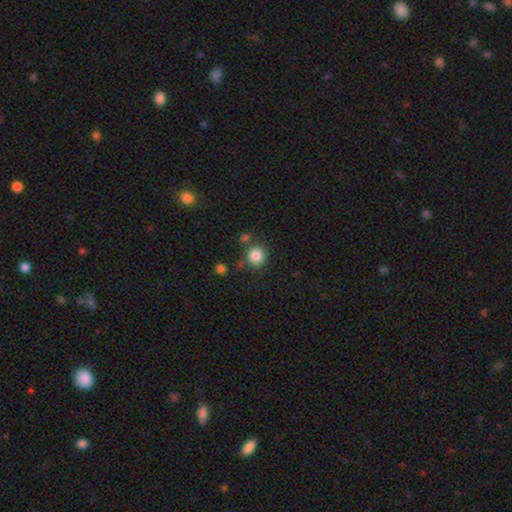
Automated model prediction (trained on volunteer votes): Smooth or featured? smooth (84%)
How rounded? round (89%)
Merging? none (73%)